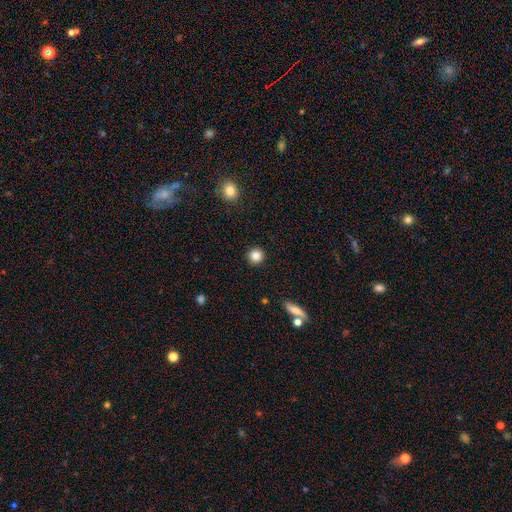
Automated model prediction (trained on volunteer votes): smooth 85%, star or artifact 10%, featured or disk 5%. Down the decision tree: how rounded — round (93%); merging — none (92%).